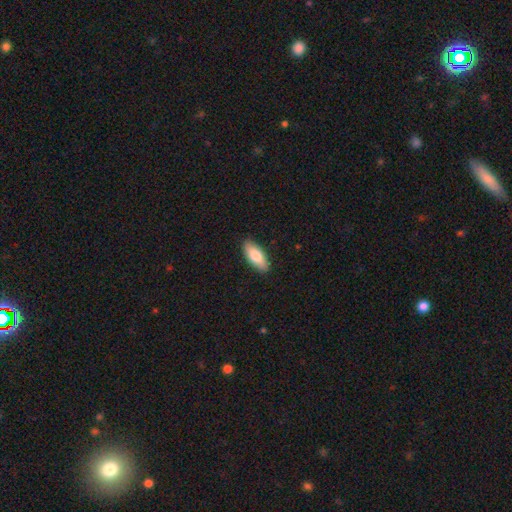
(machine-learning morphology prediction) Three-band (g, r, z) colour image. It shows a smooth galaxy with no disk features (79%) that is in between round and cigar-shaped (79%). Merging: none (89%).